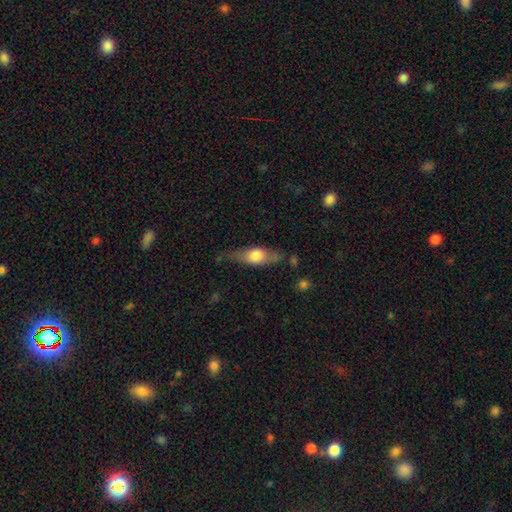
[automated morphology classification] A smooth galaxy with no disk features (56%) that is in between round and cigar-shaped (62%). Merging: none (59%).